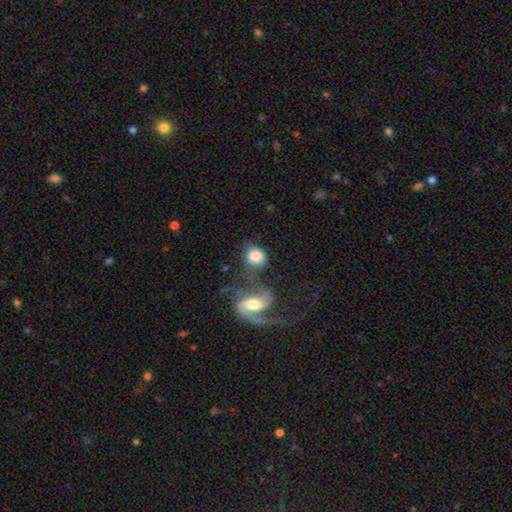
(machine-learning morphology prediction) Overall: smooth (67%). How rounded: round (59%; in between 40%). Merging: merger (43%; none 34%).